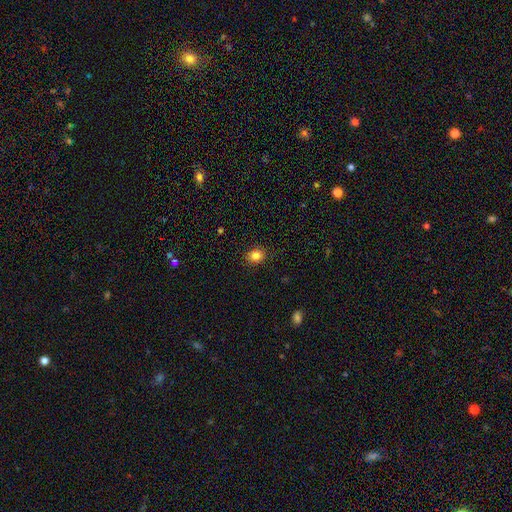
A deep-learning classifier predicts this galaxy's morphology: A smooth galaxy with no disk features (84%) that is round (56%). Merging: none (89%).